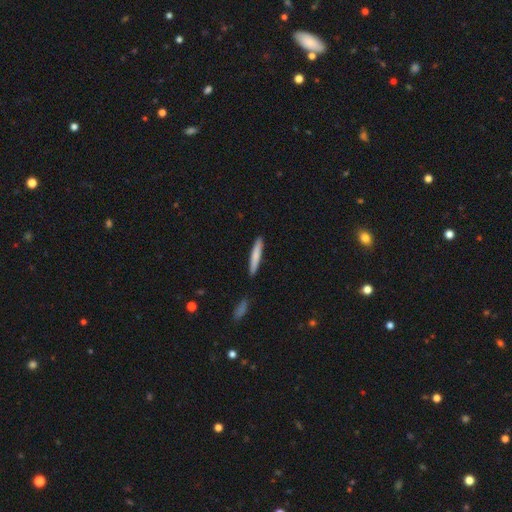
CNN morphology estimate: Q: Smooth or featured?
A: smooth (76%); runner-up: featured or disk (18%)
Q: How rounded?
A: cigar-shaped (93%); runner-up: in between (6%)
Q: Merging?
A: none (88%); runner-up: minor disturbance (8%)